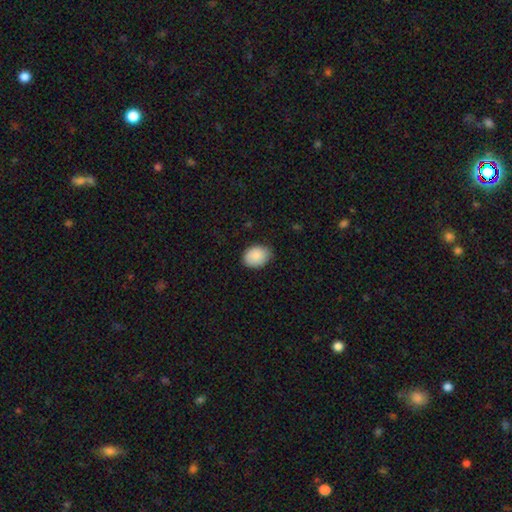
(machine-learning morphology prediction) smooth_or_featured: smooth (p=0.88) [alt: star or artifact p=0.07]
how_rounded: in between (p=0.64) [alt: round p=0.35]
merging: none (p=0.74) [alt: minor disturbance p=0.22]